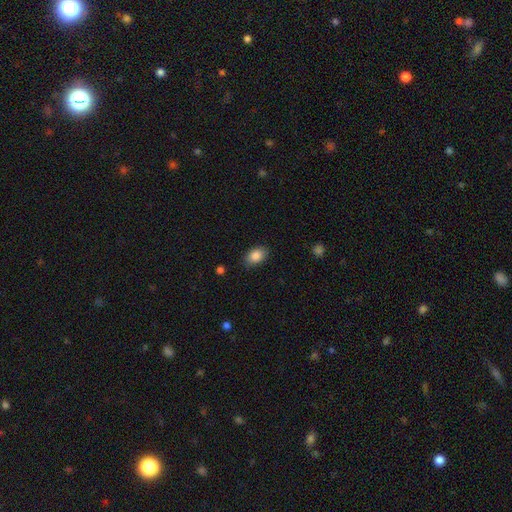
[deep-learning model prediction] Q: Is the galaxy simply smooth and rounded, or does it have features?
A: smooth — 87%.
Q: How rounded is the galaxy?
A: in between — 88%.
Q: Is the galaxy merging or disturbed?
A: none — 86%.